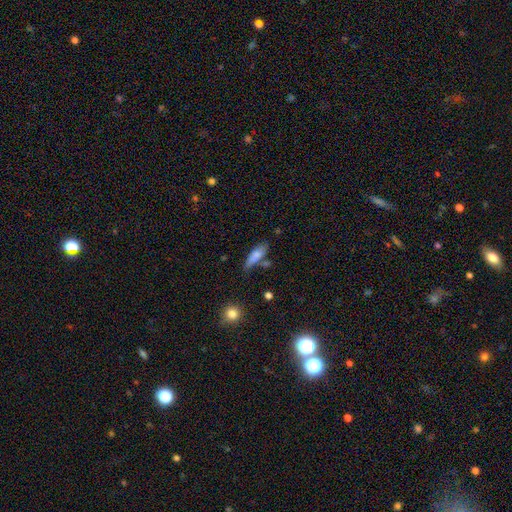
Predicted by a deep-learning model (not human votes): The model was most divided on "how rounded": cigar-shaped: 49%, in between: 48%, round: 3%. More confident: smooth or featured — smooth (75%); merging — none (55%).